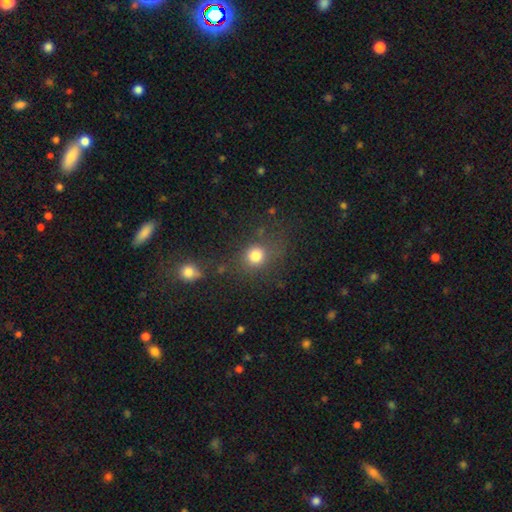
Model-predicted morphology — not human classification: Smooth or featured? smooth (79%)
How rounded? round (81%)
Merging? none (68%)